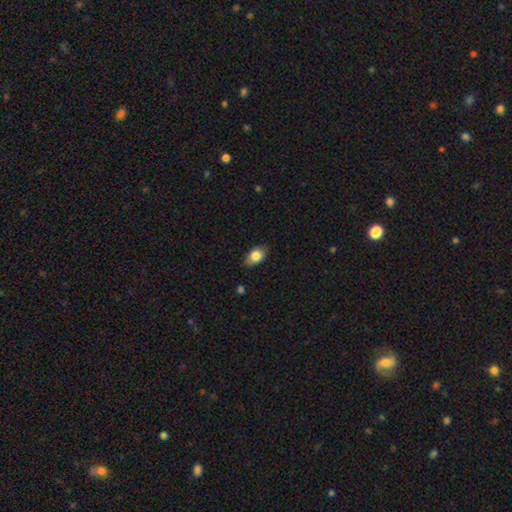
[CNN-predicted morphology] Smooth or featured? Predicted: smooth (p=0.83). How rounded? Predicted: in between (p=0.87). Merging? Predicted: none (p=0.81).